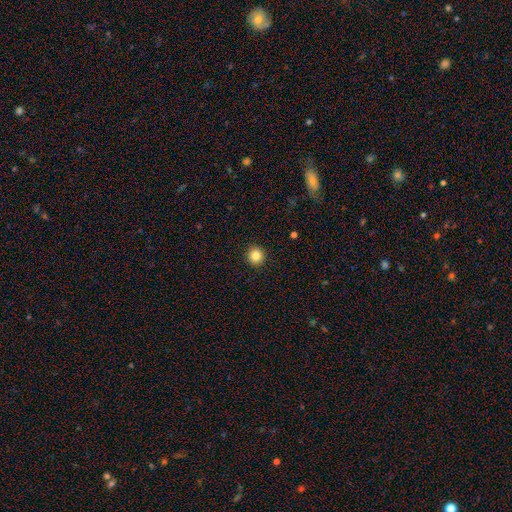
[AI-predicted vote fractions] A smooth galaxy with no disk features (84%) that is round (93%).

Vote fractions:
- Smooth or featured? smooth: 84% / star or artifact: 11% / featured or disk: 5%
- How rounded? round: 93% / in between: 6% / cigar-shaped: 1%
- Merging? none: 92% / minor disturbance: 5% / major disturbance: 2% / merger: 1%